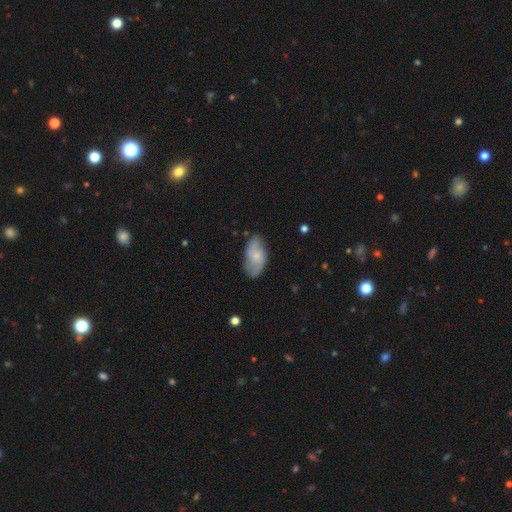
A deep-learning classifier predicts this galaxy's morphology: Smooth or featured? smooth (52%)
How rounded? in between (93%)
Merging? none (75%)